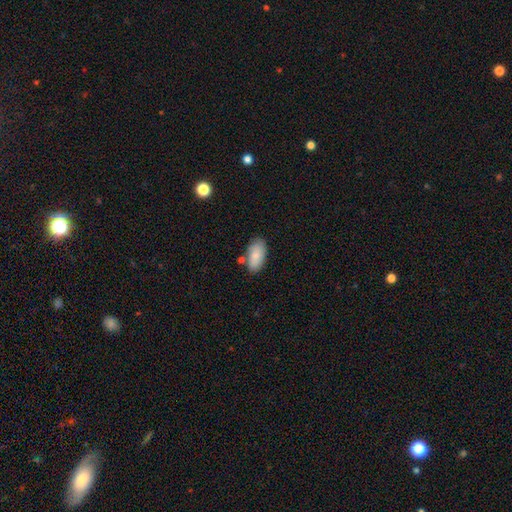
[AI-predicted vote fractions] Overall: smooth (82%). How rounded: in between (94%). Merging: none (75%).